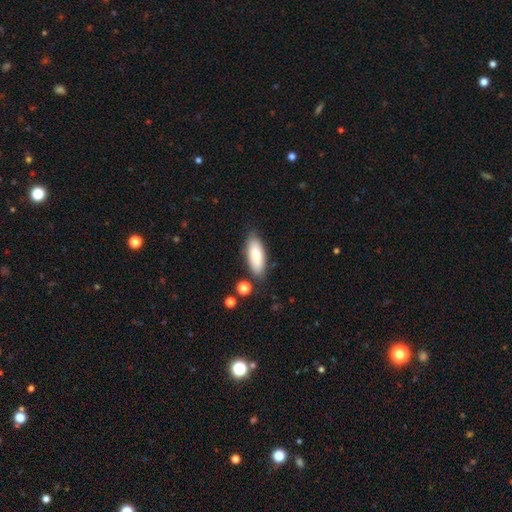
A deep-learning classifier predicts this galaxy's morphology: type=smooth (77%); roundness=in between (73%); merging=none (81%).